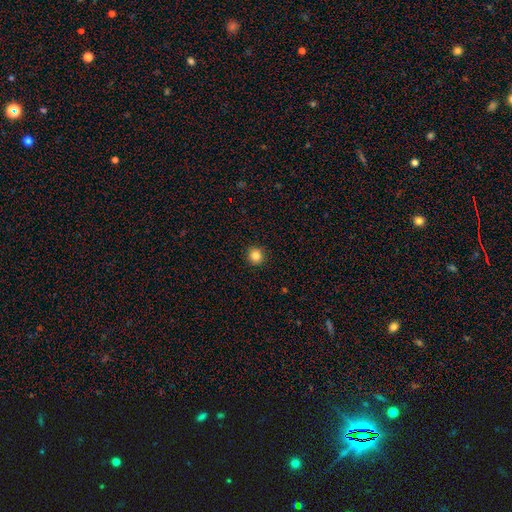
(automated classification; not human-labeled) Overall: smooth (84%). How rounded: round (94%). Merging: none (93%).